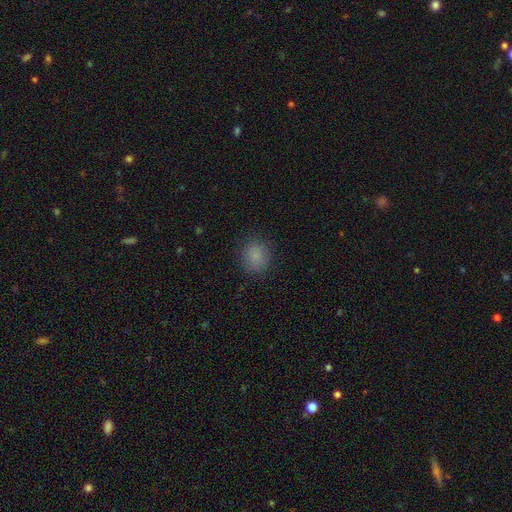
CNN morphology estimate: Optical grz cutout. It shows a smooth galaxy with no disk features (84%) that is round (77%). Merging: none (85%).